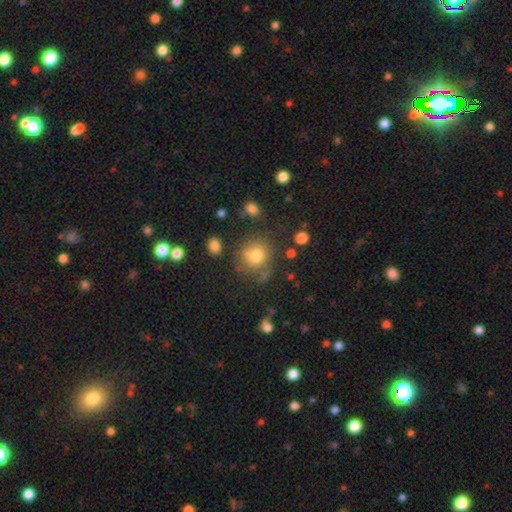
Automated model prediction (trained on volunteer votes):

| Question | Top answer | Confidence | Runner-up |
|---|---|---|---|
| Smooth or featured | smooth | 76% | star or artifact (14%) |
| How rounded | round | 85% | in between (14%) |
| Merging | none | 68% | minor disturbance (16%) |